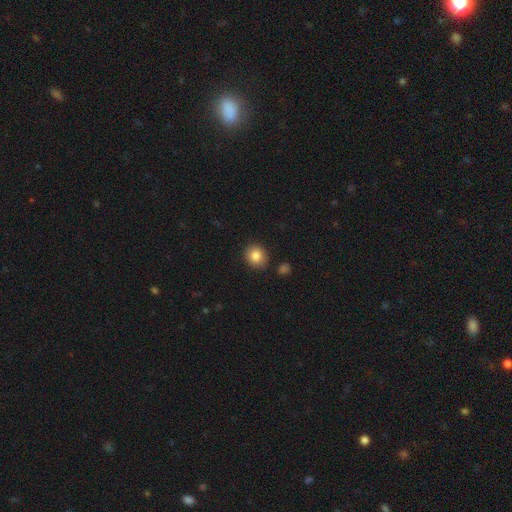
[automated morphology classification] smooth_or_featured: smooth (p=0.84) [alt: star or artifact p=0.09]
how_rounded: round (p=0.73) [alt: in between p=0.26]
merging: none (p=0.87) [alt: minor disturbance p=0.08]